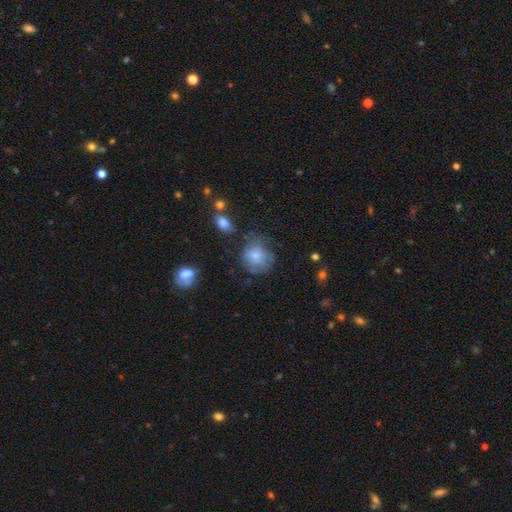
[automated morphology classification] type=smooth (70%); roundness=round (73%); merging=none (52%).